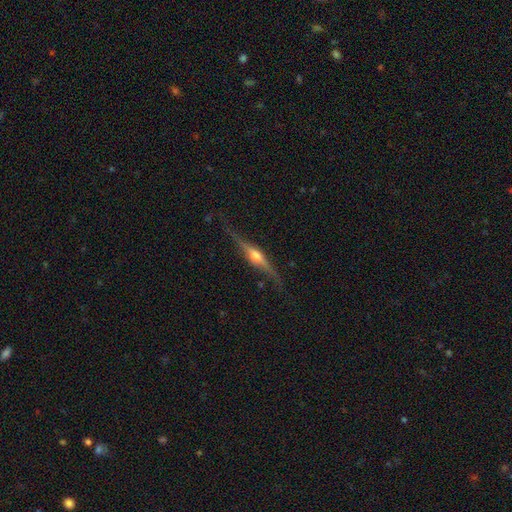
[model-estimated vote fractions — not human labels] The model was most divided on "merging": none: 82%, minor disturbance: 13%, major disturbance: 3%, merger: 1%. More confident: edge-on disk — yes (97%); edge-on bulge — rounded (92%); smooth or featured — featured or disk (84%).